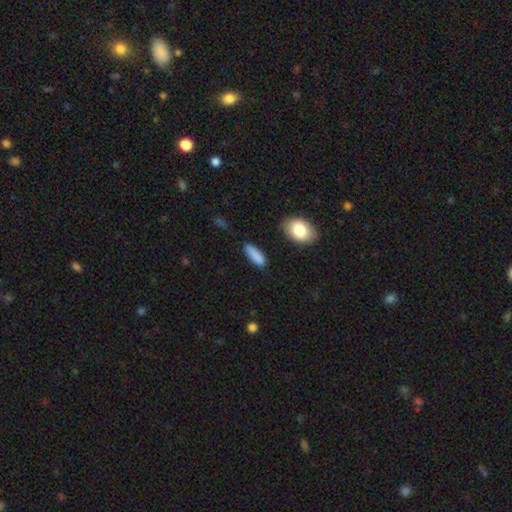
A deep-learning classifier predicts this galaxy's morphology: Smooth or featured? Predicted: smooth (p=0.86). How rounded? Predicted: in between (p=0.53). Merging? Predicted: none (p=0.76).